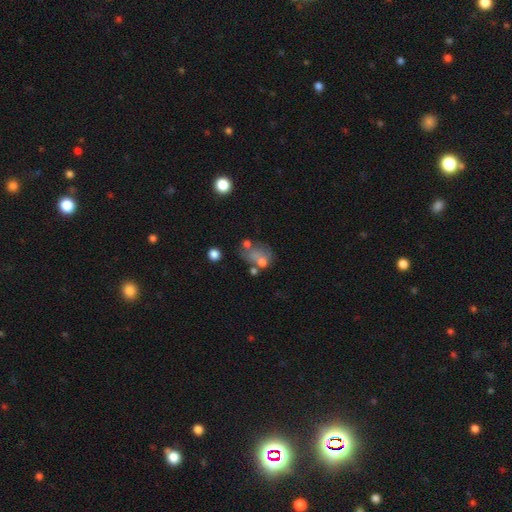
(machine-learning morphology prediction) This is possibly a smooth galaxy (47%). Merging: marginally none (38%).